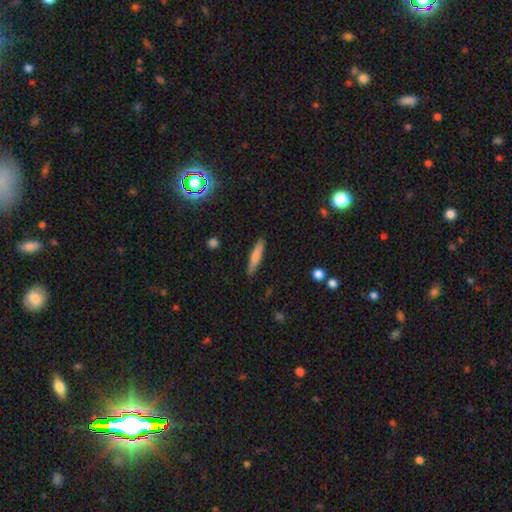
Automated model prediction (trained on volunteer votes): smooth-or-featured: smooth: 72% | featured or disk: 22% | star or artifact: 7%
  how-rounded: cigar-shaped: 86% | in between: 12% | round: 2%
  merging: none: 88% | minor disturbance: 8% | major disturbance: 2% | merger: 1%